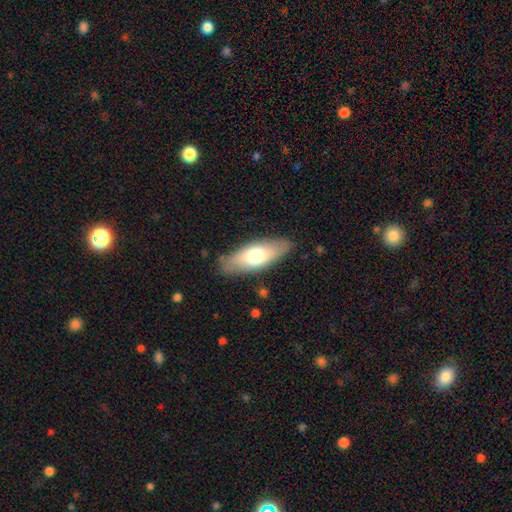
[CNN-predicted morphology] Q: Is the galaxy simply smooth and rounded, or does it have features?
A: smooth — 67%.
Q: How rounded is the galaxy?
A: in between — 73%.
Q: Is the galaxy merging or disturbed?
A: none — 83%.